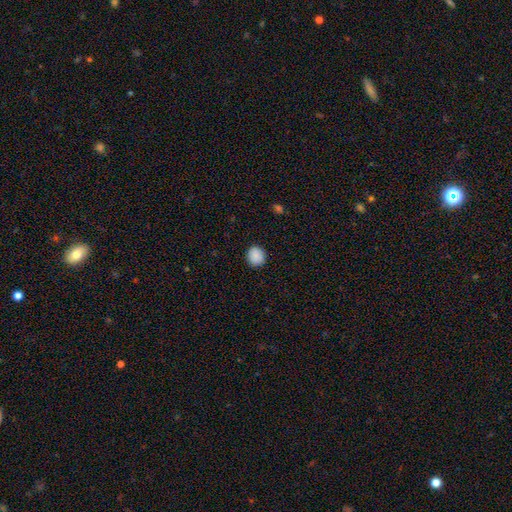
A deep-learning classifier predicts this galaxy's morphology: Smooth or featured?
  - smooth: 89% *
  - star or artifact: 8%
  - featured or disk: 3%
How rounded?
  - round: 83% *
  - in between: 16%
  - cigar-shaped: 1%
Merging?
  - none: 90% *
  - minor disturbance: 7%
  - major disturbance: 2%
  - merger: 1%